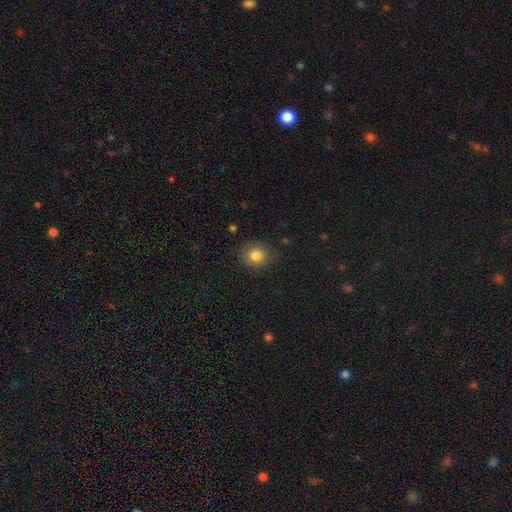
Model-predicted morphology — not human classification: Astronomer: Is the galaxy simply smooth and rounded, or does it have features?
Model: smooth — 83%.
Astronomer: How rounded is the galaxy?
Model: round — 76%.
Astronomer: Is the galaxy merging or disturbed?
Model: none — 85%.